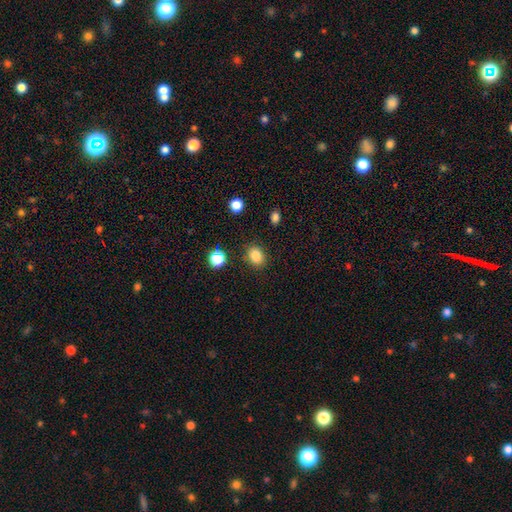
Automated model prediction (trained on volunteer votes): Q: Smooth or featured?
A: smooth (83%); runner-up: star or artifact (12%)
Q: How rounded?
A: round (52%); runner-up: in between (47%)
Q: Merging?
A: none (86%); runner-up: minor disturbance (9%)